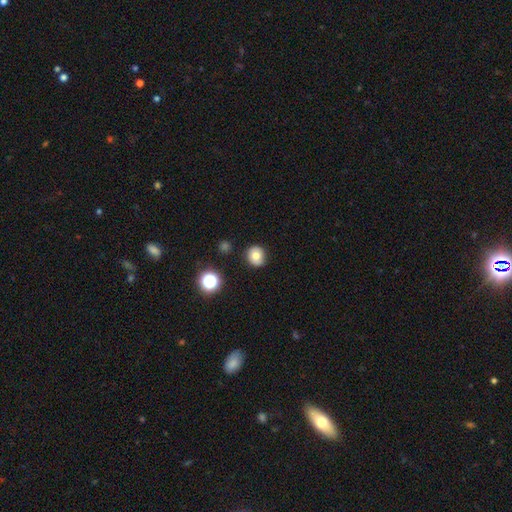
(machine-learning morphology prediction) smooth-or-featured: smooth: 72% | featured or disk: 16% | star or artifact: 12%
  how-rounded: round: 83% | in between: 16% | cigar-shaped: 1%
  merging: none: 85% | minor disturbance: 10% | major disturbance: 3% | merger: 2%